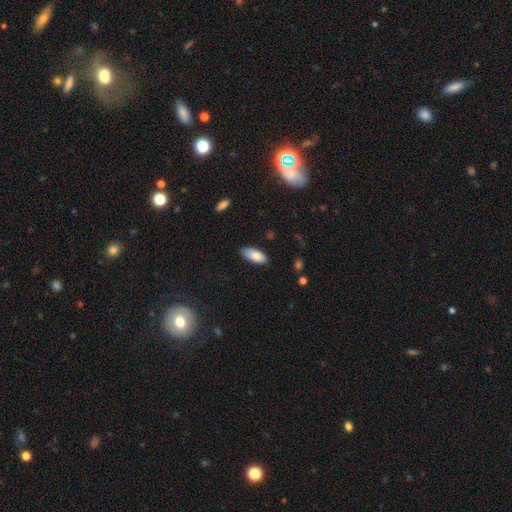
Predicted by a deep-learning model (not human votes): Smooth or featured? smooth (85%)
How rounded? in between (85%)
Merging? none (81%)